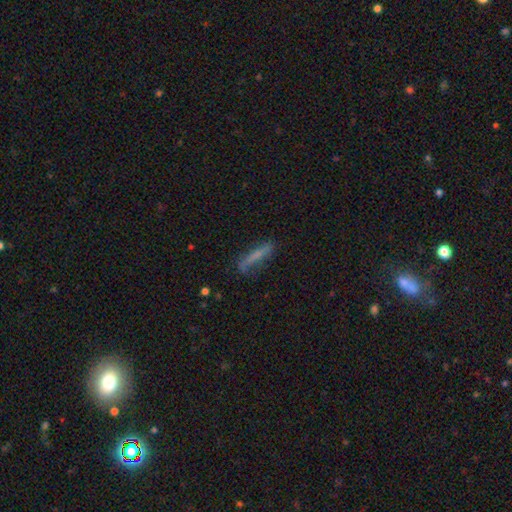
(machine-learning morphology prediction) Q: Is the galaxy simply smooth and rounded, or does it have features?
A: smooth — 55%.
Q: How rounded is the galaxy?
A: cigar-shaped — 88%.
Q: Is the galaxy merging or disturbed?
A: none — 68%.